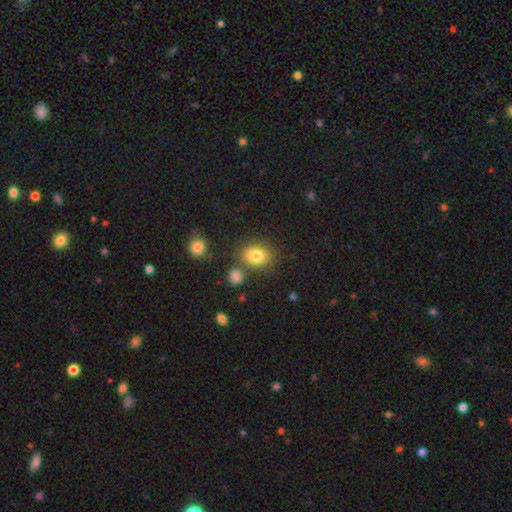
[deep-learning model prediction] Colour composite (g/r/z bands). It shows a smooth galaxy with no disk features (82%) that is in between round and cigar-shaped (55%). Merging: none (74%).